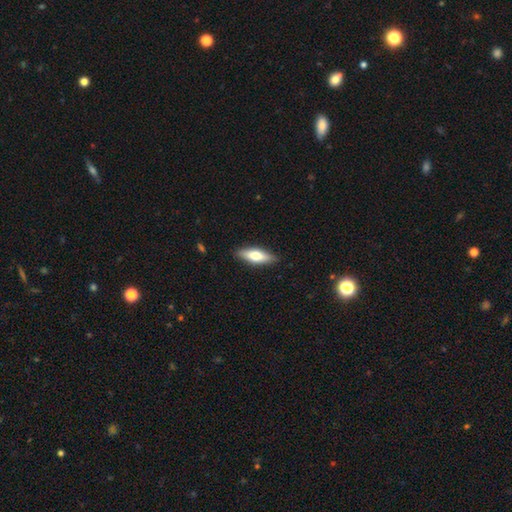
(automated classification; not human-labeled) This is likely a smooth galaxy (62%). How rounded: possibly in between (55%). Merging: clearly none (88%).